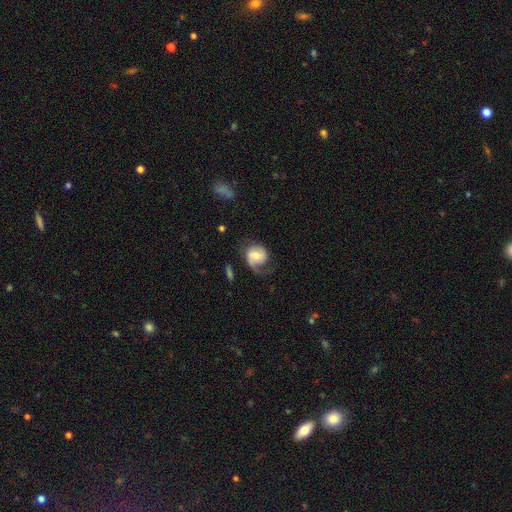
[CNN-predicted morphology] Smooth or featured?
  - featured or disk: 54% *
  - smooth: 39%
  - star or artifact: 7%
Edge-on disk?
  - no: 97% *
  - yes: 3%
Bar?
  - no: 51% *
  - weak: 38%
  - strong: 11%
Spiral arms?
  - yes: 87% *
  - no: 13%
Bulge size?
  - moderate: 51% *
  - small: 30%
  - large: 11%
  - none: 5%
  - dominant: 2%
Merging?
  - none: 48% *
  - minor disturbance: 26%
  - major disturbance: 25%
  - merger: 2%